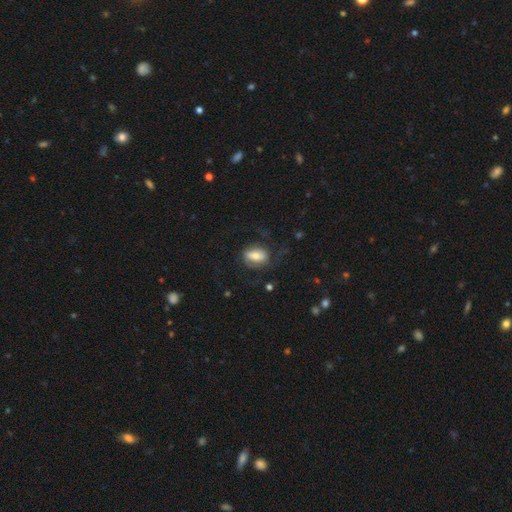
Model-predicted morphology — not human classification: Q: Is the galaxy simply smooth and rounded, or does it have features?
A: smooth — 62%.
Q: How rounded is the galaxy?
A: in between — 81%.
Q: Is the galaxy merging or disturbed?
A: none — 59%.